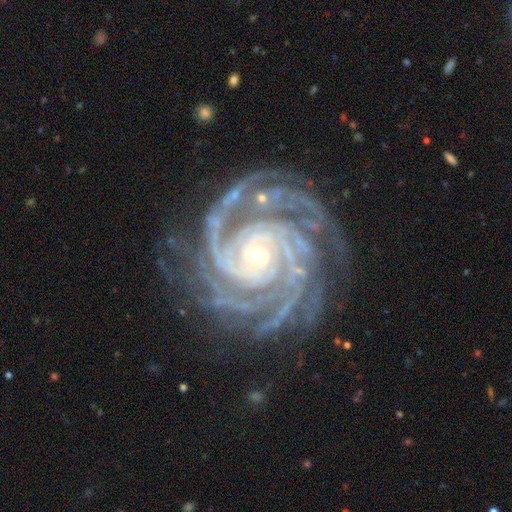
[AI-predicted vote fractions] smooth-or-featured: featured or disk: 93% | star or artifact: 5% | smooth: 2%
  disk-edge-on: no: 98% | yes: 2%
    bar: no: 58% | weak: 26% | strong: 17%
    has-spiral-arms: yes: 99% | no: 1%
      spiral-winding: tight: 83% | medium: 16% | loose: 2%
      spiral-arm-count: 4: 30% | more than 4: 26% | 3: 16% | can't tell: 11% | 2: 9% | 1: 8%
    bulge-size: small: 59% | moderate: 37% | large: 2% | none: 1% | dominant: 1%
  merging: none: 78% | minor disturbance: 15% | major disturbance: 6% | merger: 2%